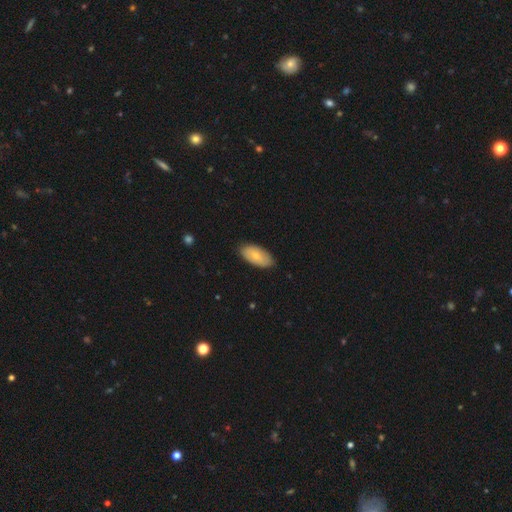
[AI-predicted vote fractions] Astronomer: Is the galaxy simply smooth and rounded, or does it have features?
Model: smooth — 70%.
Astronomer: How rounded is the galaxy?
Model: in between — 94%.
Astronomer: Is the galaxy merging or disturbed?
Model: none — 83%.